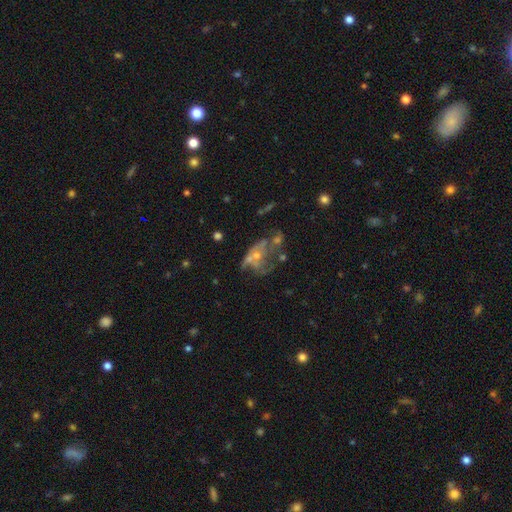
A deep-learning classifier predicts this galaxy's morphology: Smooth or featured? featured or disk (59%)
Edge-on disk? no (96%)
Bar? no (84%)
Spiral arms? no (68%)
Bulge size? small (51%)
Merging? major disturbance (34%)